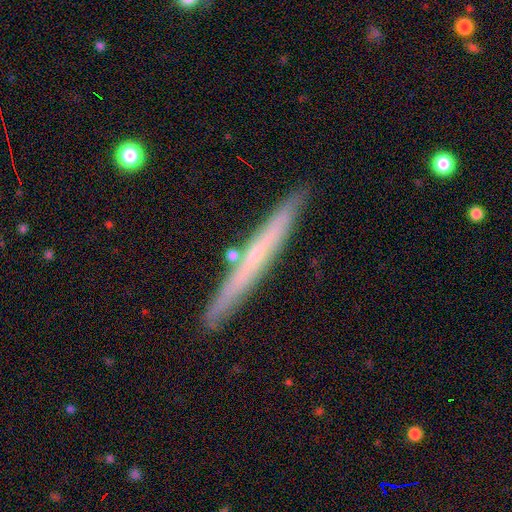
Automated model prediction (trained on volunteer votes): This appears to be a featured or disk galaxy (53%) viewed edge-on (95%). Merging: none (87%).